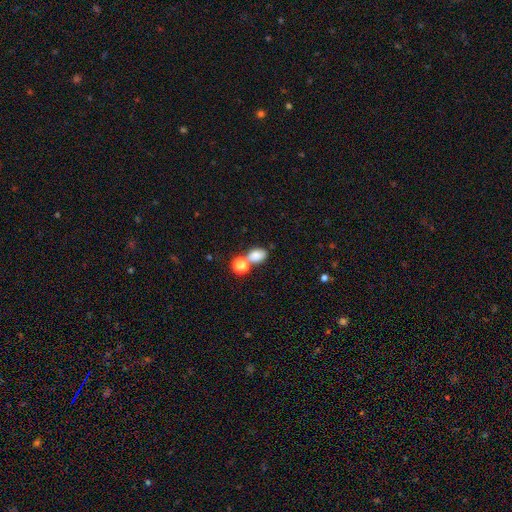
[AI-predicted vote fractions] Overall: smooth (81%). How rounded: in between (76%). Merging: none (49%; merger 36%).